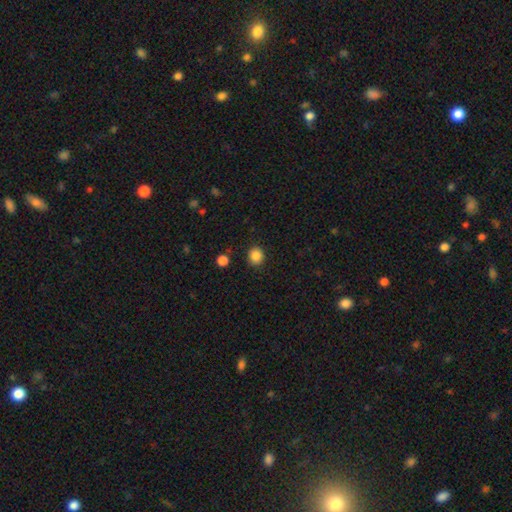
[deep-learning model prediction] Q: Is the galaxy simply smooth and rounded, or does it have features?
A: smooth — 86%.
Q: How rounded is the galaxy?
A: round — 84%.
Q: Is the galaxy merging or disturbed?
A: none — 90%.